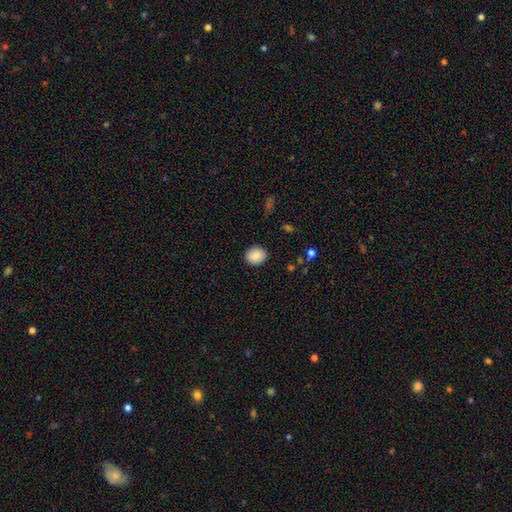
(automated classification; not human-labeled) The model was most divided on "how rounded": round: 73%, in between: 26%, cigar-shaped: 1%. More confident: merging — none (90%); smooth or featured — smooth (88%).